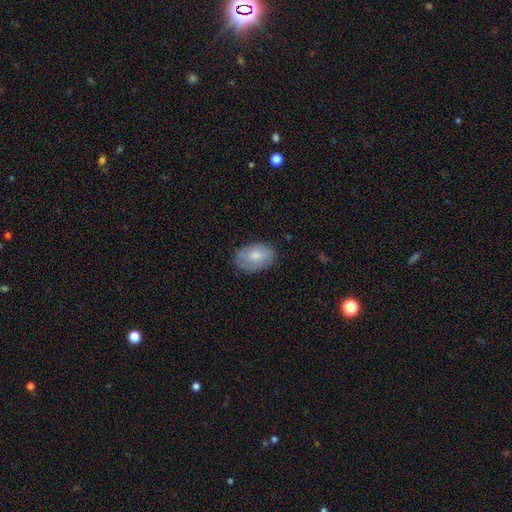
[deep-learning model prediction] Smooth or featured?
  - smooth: 70% *
  - featured or disk: 23%
  - star or artifact: 7%
How rounded?
  - in between: 88% *
  - round: 11%
  - cigar-shaped: 1%
Merging?
  - none: 76% *
  - minor disturbance: 18%
  - major disturbance: 4%
  - merger: 1%